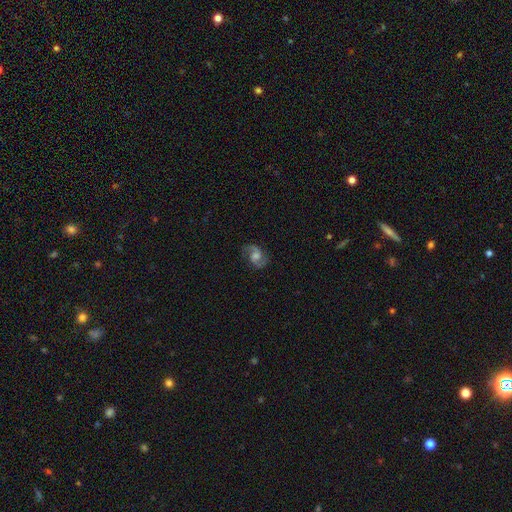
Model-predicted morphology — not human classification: This is clearly a featured or disk galaxy (83%). It is clearly not viewed edge-on (98%). Bar: possibly no (47%). Spiral arm pattern: clearly yes (96%). Spiral arm count: clearly 2 (92%). Spiral winding: possibly medium (52%). Central bulge: possibly moderate (48%). Merging: likely none (80%).